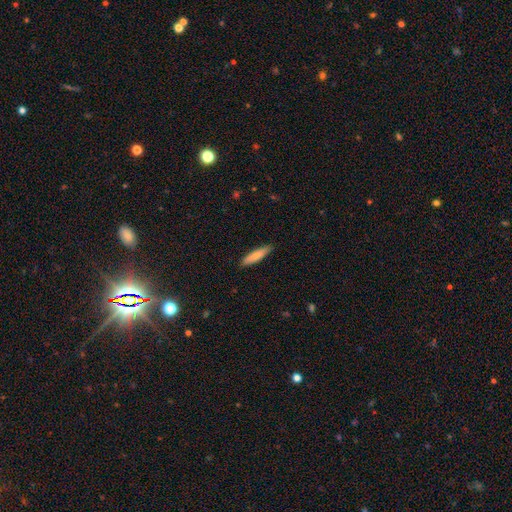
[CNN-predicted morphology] smooth 80%, featured or disk 15%, star or artifact 6%. Down the decision tree: how rounded — cigar-shaped (80%); merging — none (89%).